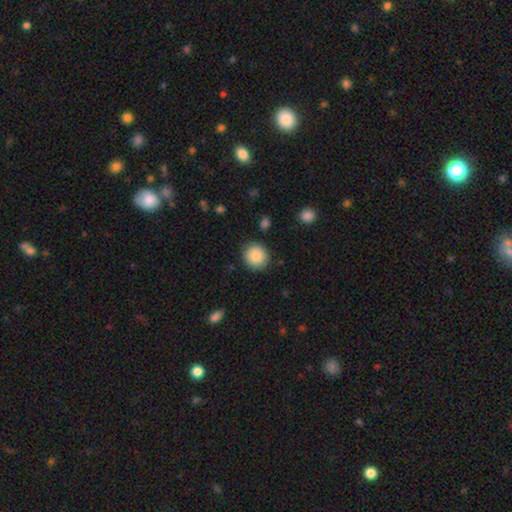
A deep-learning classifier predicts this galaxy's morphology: Smooth or featured?
  - smooth: 87% *
  - star or artifact: 8%
  - featured or disk: 5%
How rounded?
  - round: 91% *
  - in between: 8%
  - cigar-shaped: 1%
Merging?
  - none: 87% *
  - minor disturbance: 9%
  - major disturbance: 2%
  - merger: 1%